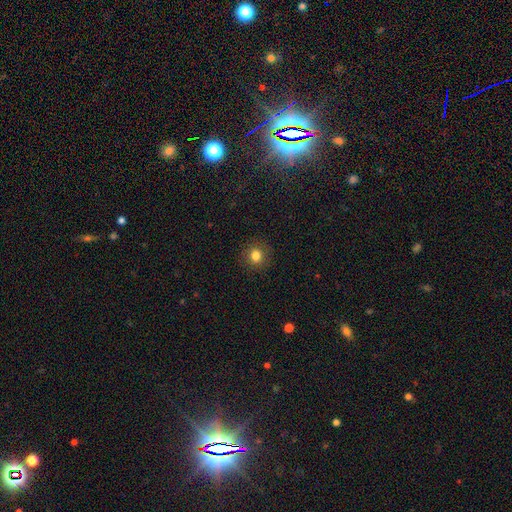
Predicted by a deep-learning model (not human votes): A smooth galaxy with no disk features (81%) that is round (90%). Merging: none (90%).